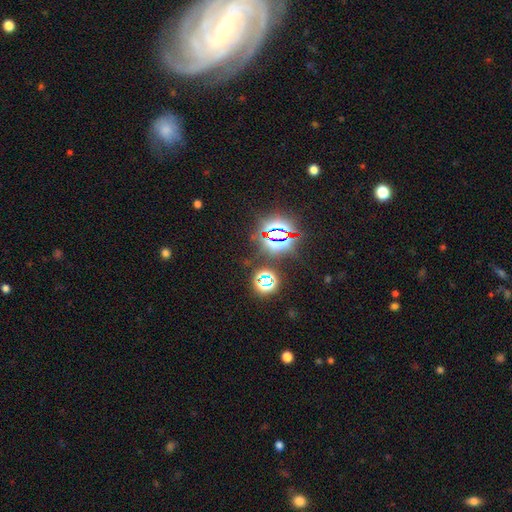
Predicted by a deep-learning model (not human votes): Smooth or featured? featured or disk (51%)
Edge-on disk? no (89%)
Merging? none (79%)